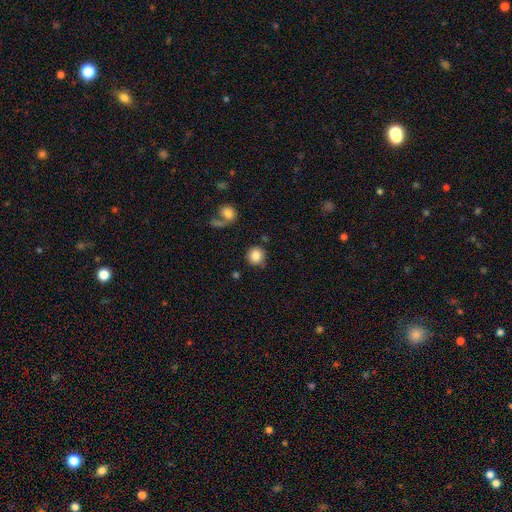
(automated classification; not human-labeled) This is clearly a smooth galaxy (84%). How rounded: clearly round (89%). Merging: likely none (78%).